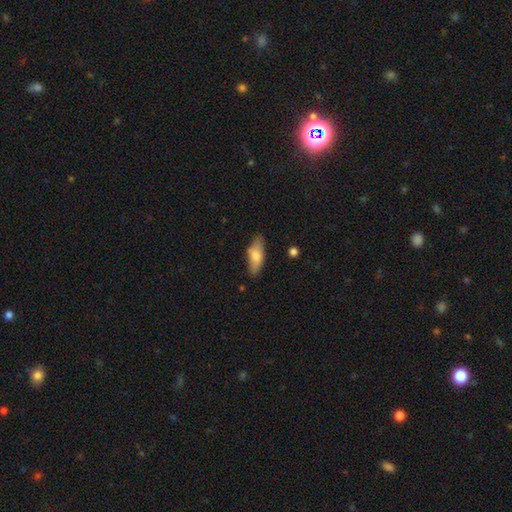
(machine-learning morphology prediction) Smooth or featured? smooth (73%)
How rounded? in between (71%)
Merging? none (77%)